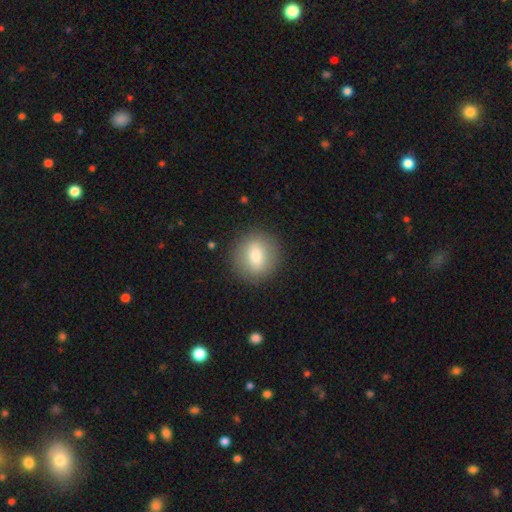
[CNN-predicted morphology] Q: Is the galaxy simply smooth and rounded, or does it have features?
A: smooth — 73%.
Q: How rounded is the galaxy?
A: round — 78%.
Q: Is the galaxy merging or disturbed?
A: none — 88%.